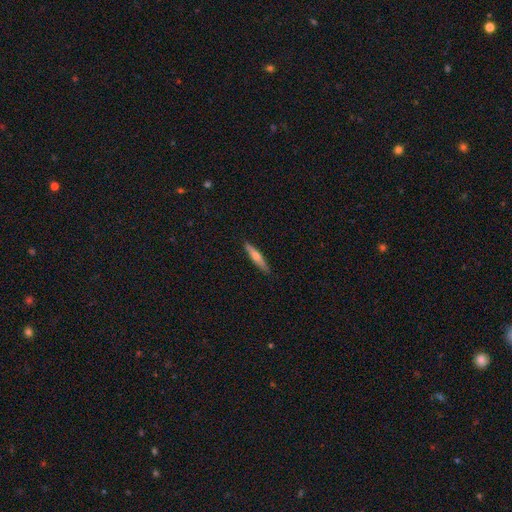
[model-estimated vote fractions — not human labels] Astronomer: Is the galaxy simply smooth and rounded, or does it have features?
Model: smooth — 51% (runner-up: featured or disk, 43%).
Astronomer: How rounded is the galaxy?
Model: cigar-shaped — 89%.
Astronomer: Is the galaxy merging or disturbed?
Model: none — 89%.